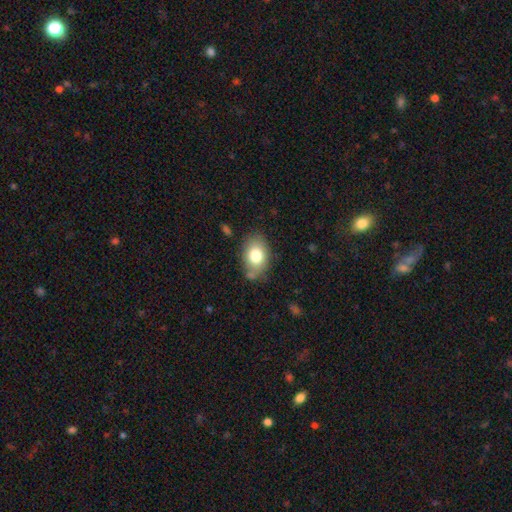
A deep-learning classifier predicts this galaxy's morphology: This is likely a smooth galaxy (78%). How rounded: clearly in between (82%). Merging: likely none (74%).